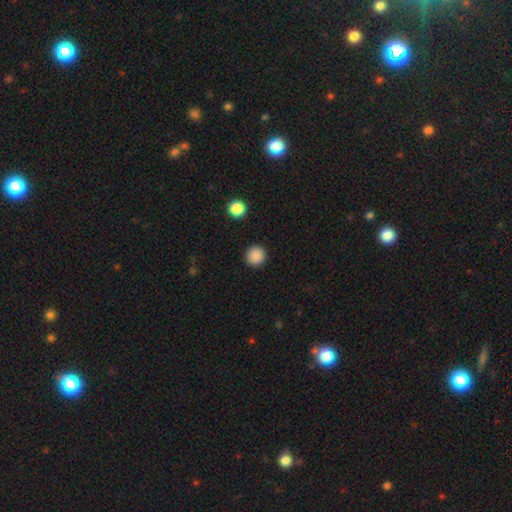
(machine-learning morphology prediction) This appears to be a smooth galaxy with no disk features (88%) that is round (95%). Merging: none (93%).